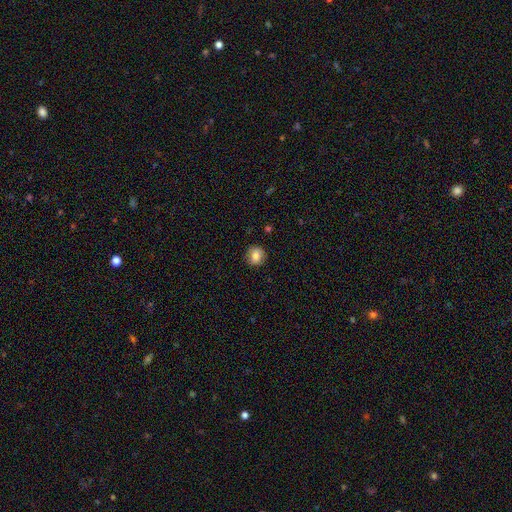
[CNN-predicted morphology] This appears to be a smooth galaxy with no disk features (80%) that is round (87%). Merging: none (88%).